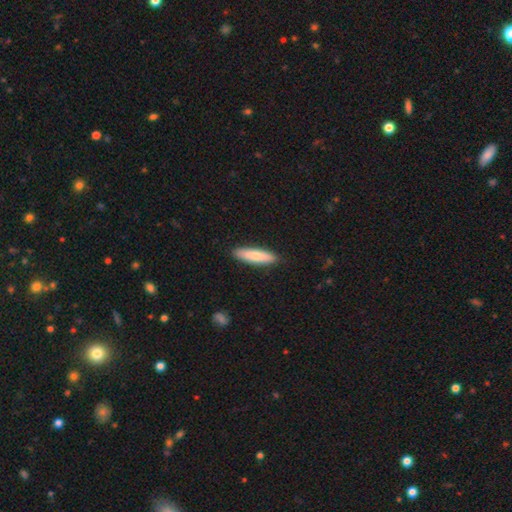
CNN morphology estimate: smooth_or_featured: smooth (p=0.78) [alt: featured or disk p=0.17]
how_rounded: cigar-shaped (p=0.73) [alt: in between p=0.26]
merging: none (p=0.90) [alt: minor disturbance p=0.08]